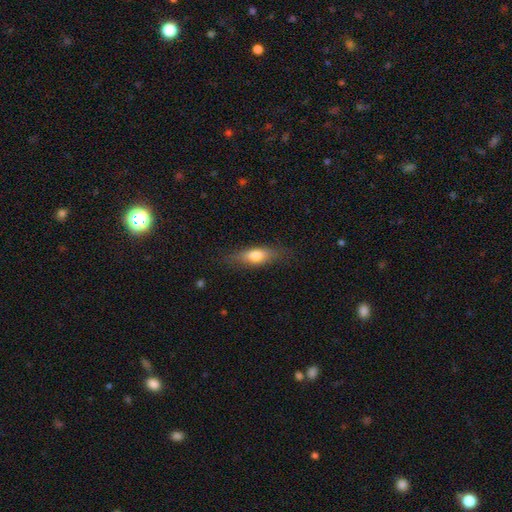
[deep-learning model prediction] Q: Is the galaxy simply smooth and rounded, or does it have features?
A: smooth — 67%.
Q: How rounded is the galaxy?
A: in between — 59%.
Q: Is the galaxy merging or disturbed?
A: none — 77%.